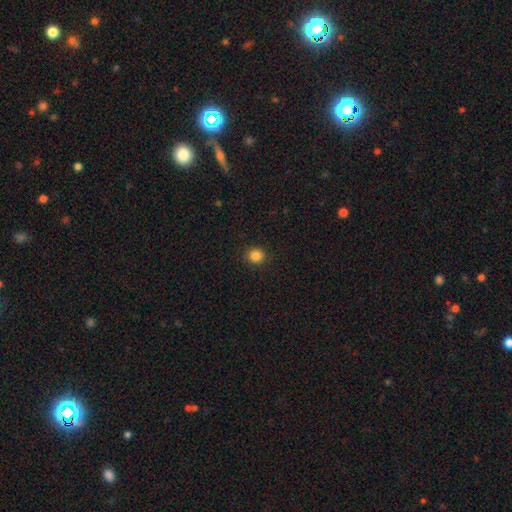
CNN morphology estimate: A smooth galaxy with no disk features (84%) that is round (88%). Merging: none (91%).